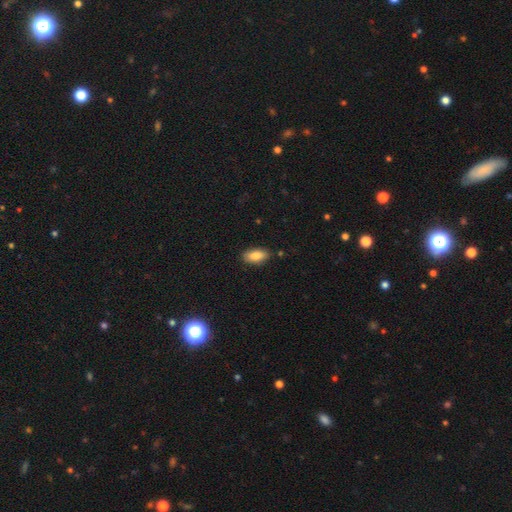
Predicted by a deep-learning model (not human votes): Overall: smooth (86%). How rounded: in between (88%). Merging: none (85%).